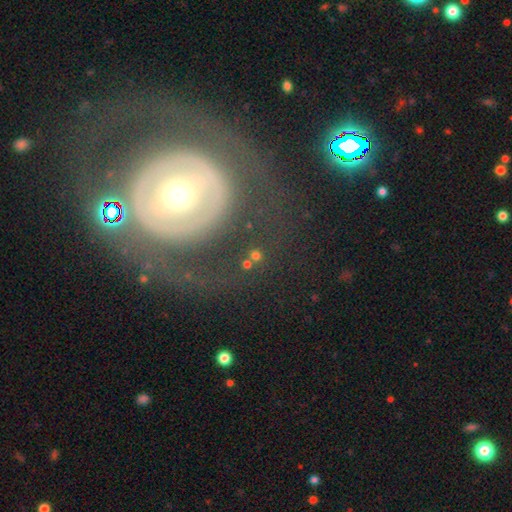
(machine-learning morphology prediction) smooth_or_featured: smooth (p=0.61) [alt: star or artifact p=0.29]
how_rounded: round (p=0.89) [alt: in between p=0.10]
merging: none (p=0.76) [alt: merger p=0.11]